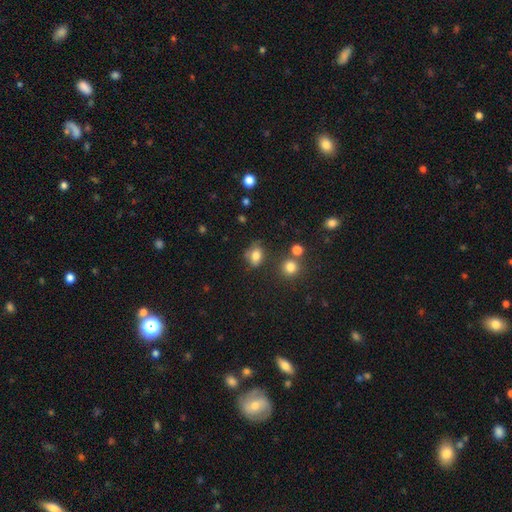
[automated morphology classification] smooth 79%, star or artifact 12%, featured or disk 9%. Down the decision tree: how rounded — in between (71%); merging — none (61%).